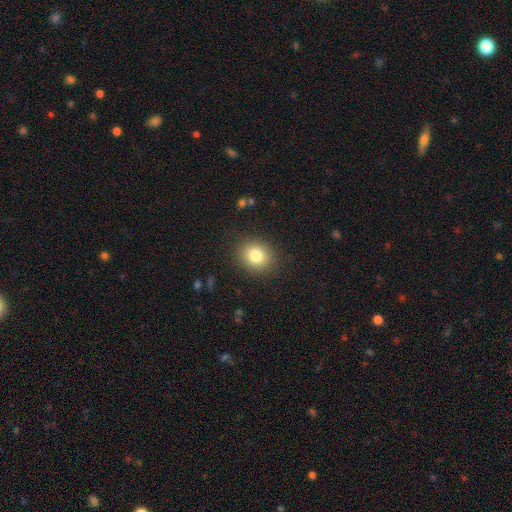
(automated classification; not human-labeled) smooth 82%, star or artifact 10%, featured or disk 8%. Down the decision tree: how rounded — round (68%); merging — none (87%).